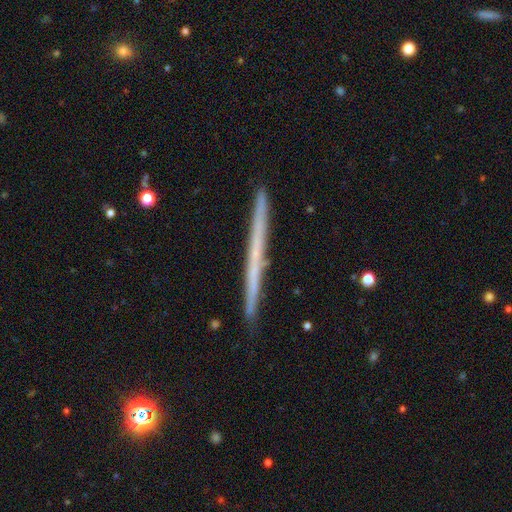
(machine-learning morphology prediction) Q: Smooth or featured?
A: featured or disk (59%); runner-up: smooth (34%)
Q: Edge-on disk?
A: yes (98%); runner-up: no (2%)
Q: Edge-on bulge?
A: none (90%); runner-up: rounded (7%)
Q: Merging?
A: none (91%); runner-up: minor disturbance (6%)